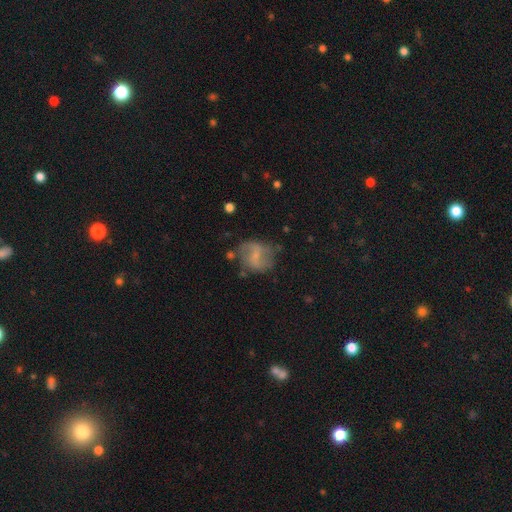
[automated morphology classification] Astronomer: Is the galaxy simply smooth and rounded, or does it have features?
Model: featured or disk — 62%.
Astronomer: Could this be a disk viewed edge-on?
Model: no — 97%.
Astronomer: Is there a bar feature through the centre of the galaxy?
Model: weak — 52% (runner-up: no, 28%).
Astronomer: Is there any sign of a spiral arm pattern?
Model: yes — 81%.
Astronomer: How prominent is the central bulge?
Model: small — 57%.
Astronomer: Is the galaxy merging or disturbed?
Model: none — 62%.